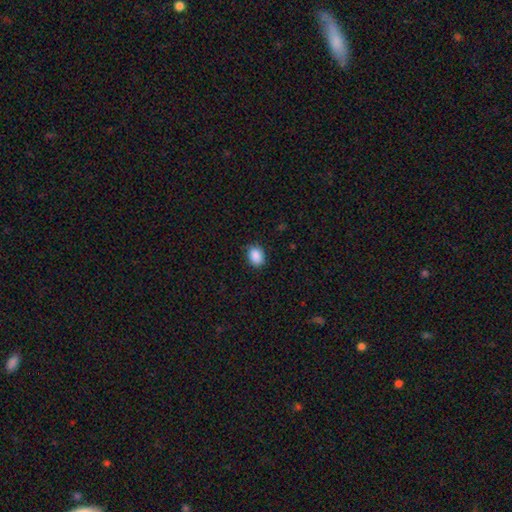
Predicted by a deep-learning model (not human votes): Q: Smooth or featured?
A: smooth (89%); runner-up: star or artifact (8%)
Q: How rounded?
A: in between (63%); runner-up: round (36%)
Q: Merging?
A: none (84%); runner-up: minor disturbance (13%)